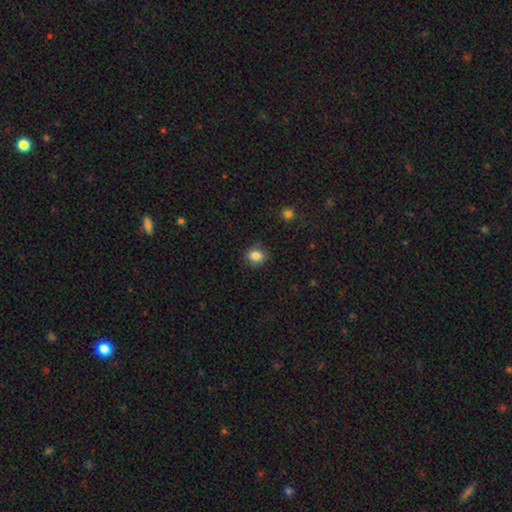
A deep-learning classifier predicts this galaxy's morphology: Smooth or featured? smooth (85%)
How rounded? round (66%)
Merging? none (86%)